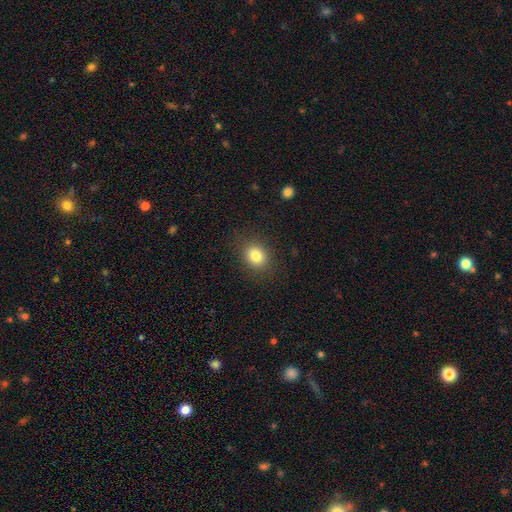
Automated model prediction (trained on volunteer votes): Overall: smooth (82%). How rounded: round (64%; in between 35%). Merging: none (86%).